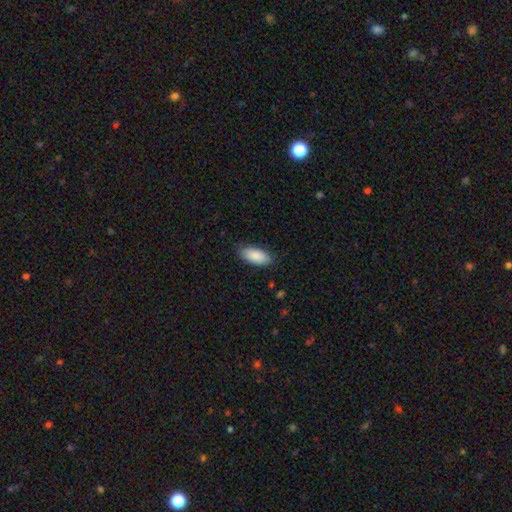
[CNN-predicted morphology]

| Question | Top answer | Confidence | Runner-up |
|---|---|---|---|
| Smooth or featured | smooth | 89% | star or artifact (6%) |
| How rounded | in between | 89% | cigar-shaped (10%) |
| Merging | none | 82% | minor disturbance (14%) |